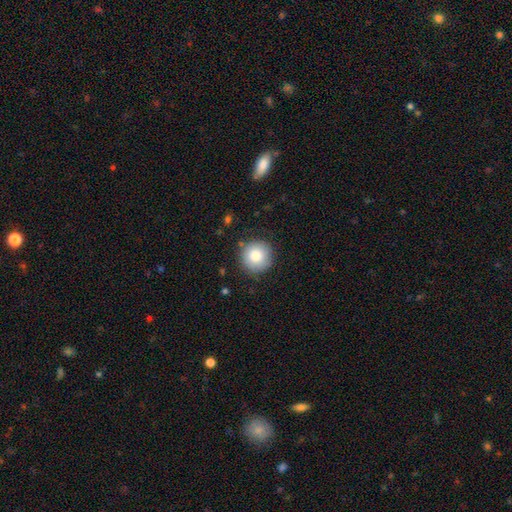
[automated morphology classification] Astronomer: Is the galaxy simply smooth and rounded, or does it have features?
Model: smooth — 83%.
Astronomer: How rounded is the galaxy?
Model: round — 95%.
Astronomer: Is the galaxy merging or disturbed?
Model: none — 86%.